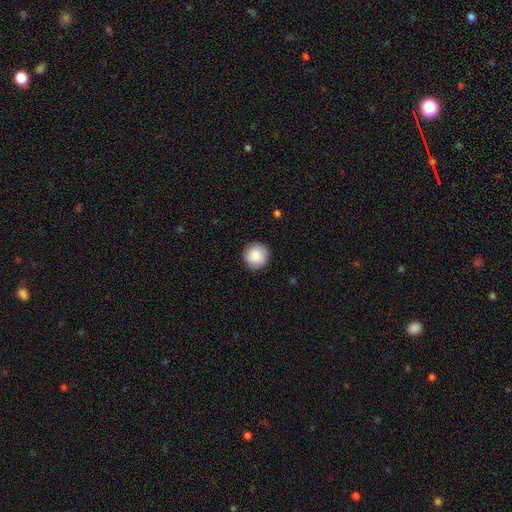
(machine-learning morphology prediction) smooth_or_featured: smooth (p=0.87) [alt: star or artifact p=0.07]
how_rounded: round (p=0.95) [alt: in between p=0.04]
merging: none (p=0.89) [alt: minor disturbance p=0.08]